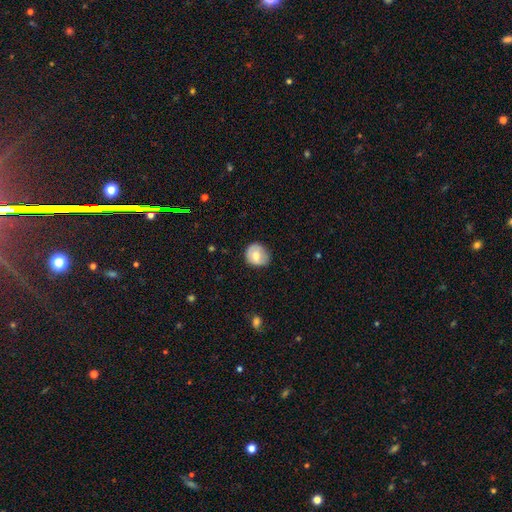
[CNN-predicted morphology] Smooth or featured: smooth — 68% (featured or disk — 25%)
How rounded: round — 76% (in between — 23%)
Merging: none — 70% (minor disturbance — 23%)